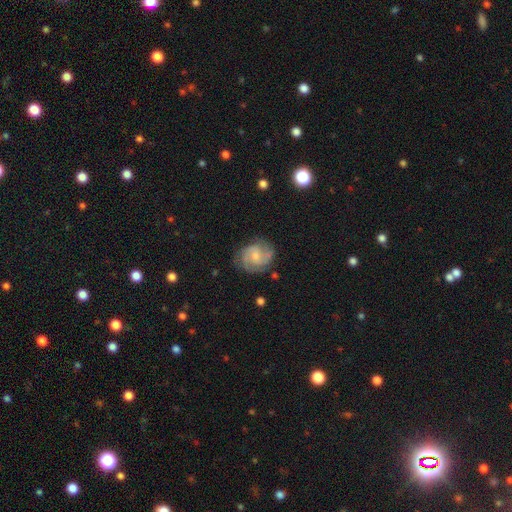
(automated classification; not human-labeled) Smooth or featured?
  - featured or disk: 72% *
  - smooth: 21%
  - star or artifact: 6%
Edge-on disk?
  - no: 98% *
  - yes: 2%
Bar?
  - no: 57% *
  - weak: 37%
  - strong: 6%
Spiral arms?
  - yes: 92% *
  - no: 8%
Spiral winding?
  - medium: 46% *
  - tight: 40%
  - loose: 14%
Spiral arm count?
  - 2: 42% *
  - 3: 26%
  - can't tell: 20%
  - 4: 5%
  - 1: 4%
  - more than 4: 3%
Bulge size?
  - small: 55% *
  - moderate: 36%
  - none: 6%
  - large: 2%
  - dominant: 1%
Merging?
  - none: 71% *
  - minor disturbance: 19%
  - major disturbance: 7%
  - merger: 2%